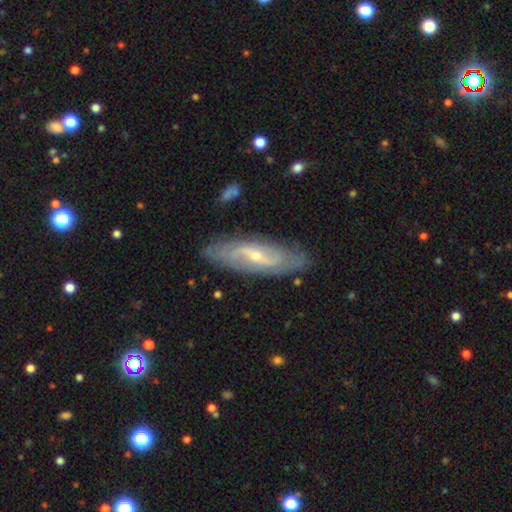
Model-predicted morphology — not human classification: smooth-or-featured: featured or disk: 80% | smooth: 14% | star or artifact: 6%
  disk-edge-on: no: 84% | yes: 16%
    bar: weak: 48% | no: 31% | strong: 21%
    has-spiral-arms: yes: 90% | no: 10%
      spiral-winding: medium: 39% | loose: 34% | tight: 27%
      spiral-arm-count: 2: 73% | can't tell: 17% | 3: 3% | 1: 2% | 4: 2% | more than 4: 2%
    bulge-size: small: 69% | moderate: 28% | none: 1% | large: 1% | dominant: 1%
  merging: none: 82% | minor disturbance: 14% | major disturbance: 3% | merger: 1%